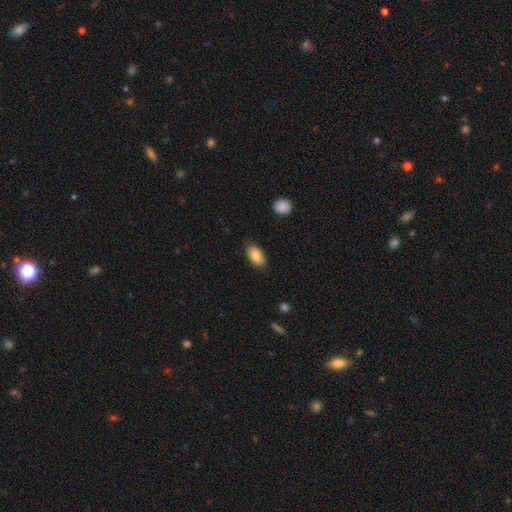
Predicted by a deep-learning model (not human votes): Smooth or featured? smooth (86%)
How rounded? in between (92%)
Merging? none (83%)